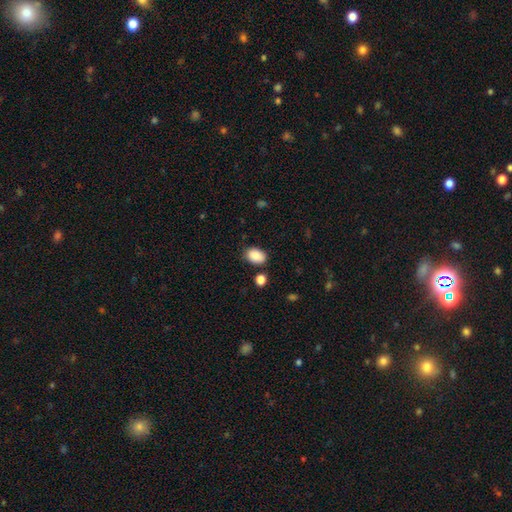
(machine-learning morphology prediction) type=smooth (89%); roundness=in between (84%); merging=none (80%).